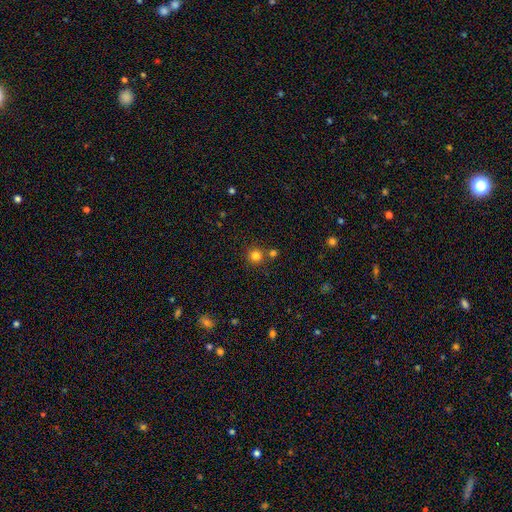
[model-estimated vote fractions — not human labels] A smooth galaxy with no disk features (81%) that is round (94%).

Vote fractions:
- Smooth or featured? smooth: 81% / star or artifact: 14% / featured or disk: 5%
- How rounded? round: 94% / in between: 5% / cigar-shaped: 1%
- Merging? none: 75% / merger: 15% / minor disturbance: 7% / major disturbance: 3%